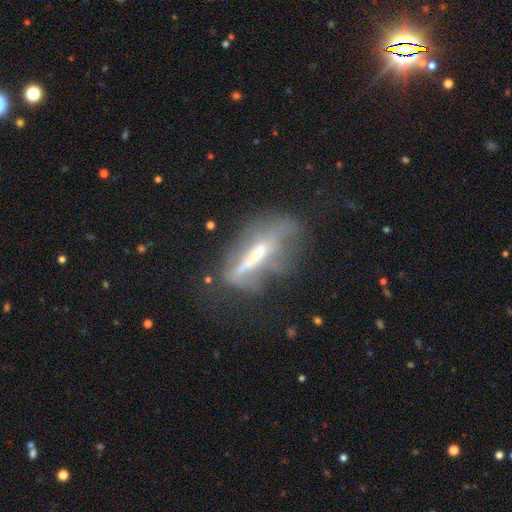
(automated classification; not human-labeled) Overall: featured or disk (60%; smooth 29%). Edge-on disk: no (55%; yes 45%). Merging: major disturbance (37%; none 32%).